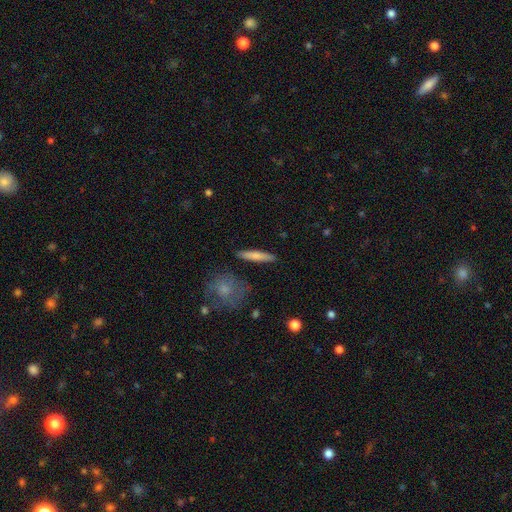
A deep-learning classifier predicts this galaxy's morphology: This is likely a smooth galaxy (73%). How rounded: clearly cigar-shaped (85%). Merging: clearly none (88%).